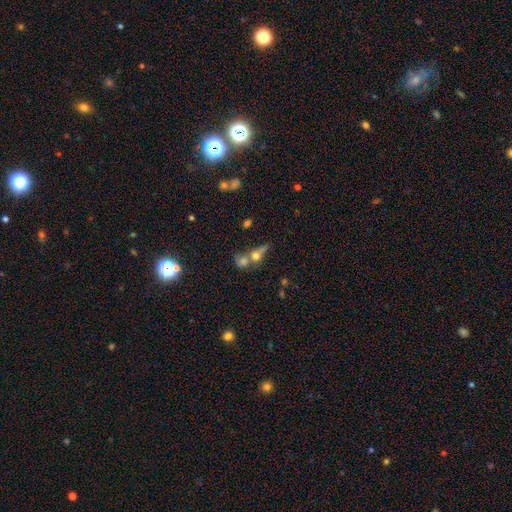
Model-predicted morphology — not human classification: smooth 61%, featured or disk 25%, star or artifact 14%. Down the decision tree: how rounded — round (55%); merging — merger (60%).